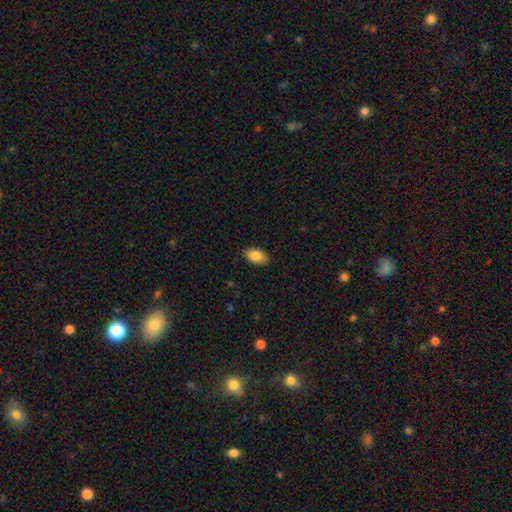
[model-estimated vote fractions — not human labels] Morphology: type=smooth (85%); roundness=in between (92%); merging=none (87%).